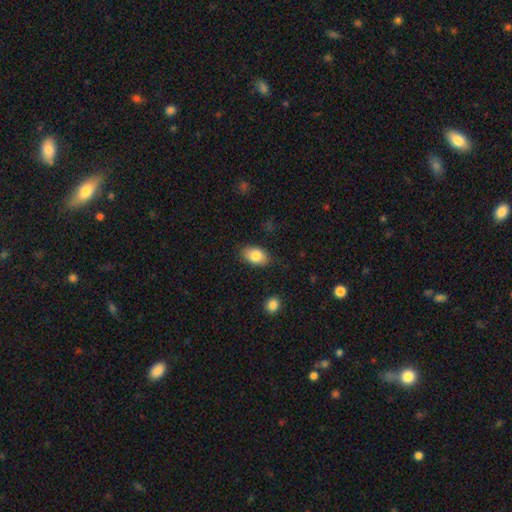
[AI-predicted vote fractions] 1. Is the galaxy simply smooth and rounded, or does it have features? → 83% smooth, 10% featured or disk, 7% star or artifact.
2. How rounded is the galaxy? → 90% in between, 8% round, 2% cigar-shaped.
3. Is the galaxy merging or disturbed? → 82% none, 13% minor disturbance, 3% major disturbance, 1% merger.